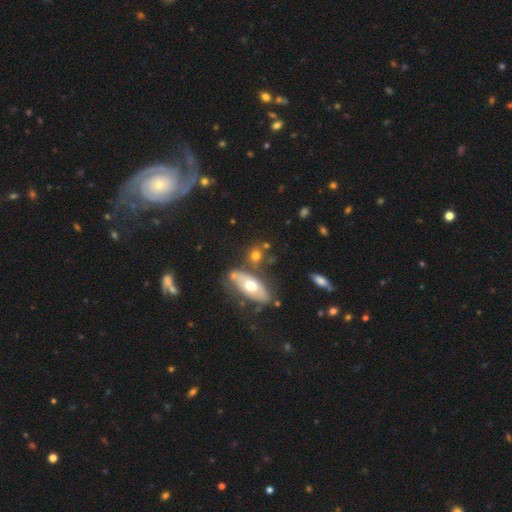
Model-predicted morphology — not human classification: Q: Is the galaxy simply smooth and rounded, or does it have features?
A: smooth — 64%.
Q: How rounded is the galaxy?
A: round — 50%.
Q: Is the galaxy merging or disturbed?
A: none — 62%.